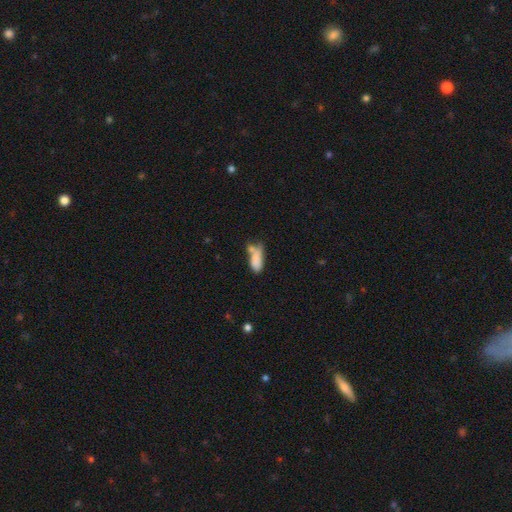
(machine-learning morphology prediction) A smooth galaxy with no disk features (78%) that is in between round and cigar-shaped (74%).

Vote fractions:
- Smooth or featured? smooth: 78% / featured or disk: 13% / star or artifact: 9%
- How rounded? in between: 74% / cigar-shaped: 23% / round: 3%
- Merging? merger: 33% (tied) / none: 33% (tied) / minor disturbance: 22% / major disturbance: 12%